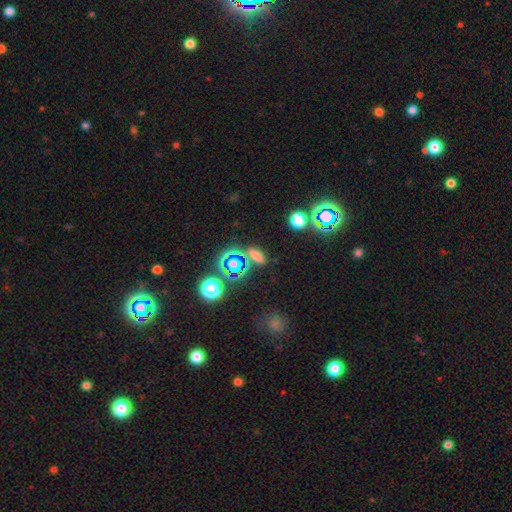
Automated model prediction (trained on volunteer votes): Overall: smooth (61%; star or artifact 30%). How rounded: in between (64%). Merging: none (78%).